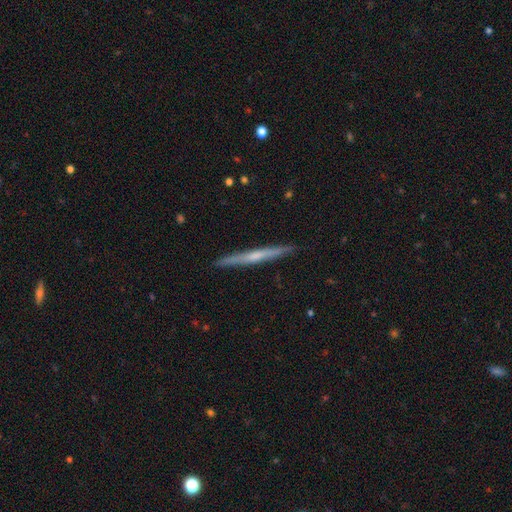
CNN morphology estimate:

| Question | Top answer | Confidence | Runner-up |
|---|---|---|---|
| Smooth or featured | featured or disk | 59% | smooth (35%) |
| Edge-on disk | yes | 97% | no (3%) |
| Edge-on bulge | none | 53% | rounded (41%) |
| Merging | none | 91% | minor disturbance (6%) |